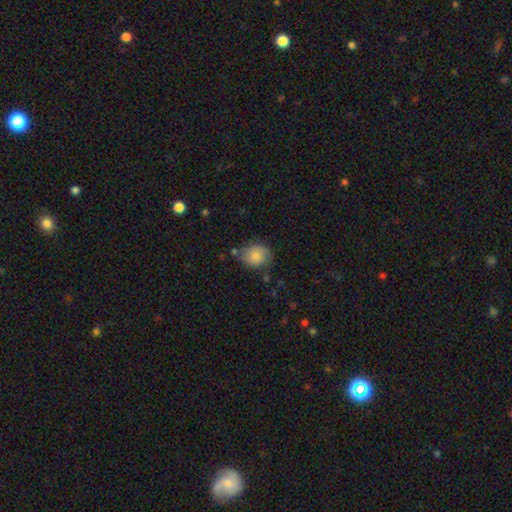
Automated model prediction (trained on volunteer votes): A smooth galaxy with no disk features (80%) that is round (54%).

Vote fractions:
- Smooth or featured? smooth: 80% / featured or disk: 12% / star or artifact: 8%
- How rounded? round: 54% / in between: 45% / cigar-shaped: 1%
- Merging? none: 67% / minor disturbance: 22% / major disturbance: 6% / merger: 5%